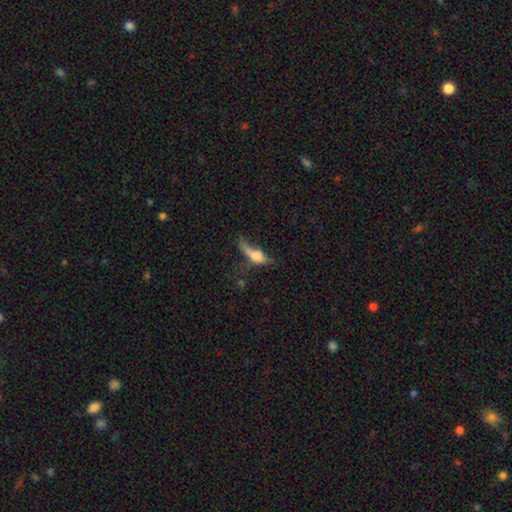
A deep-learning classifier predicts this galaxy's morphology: A smooth galaxy with no disk features (51%) that is in between round and cigar-shaped (46%, tied with cigar-shaped).

Vote fractions:
- Smooth or featured? smooth: 51% / featured or disk: 36% / star or artifact: 13%
- How rounded? in between: 46% (tied) / cigar-shaped: 46% (tied) / round: 7%
- Merging? major disturbance: 41% / none: 27% / minor disturbance: 21% / merger: 11%